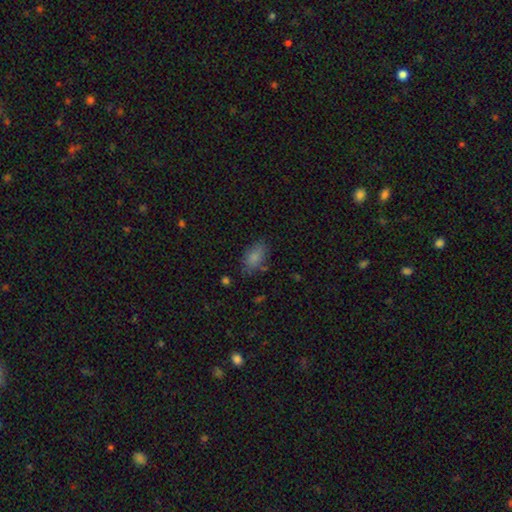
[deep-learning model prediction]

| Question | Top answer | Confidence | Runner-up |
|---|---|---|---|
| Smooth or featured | smooth | 75% | star or artifact (15%) |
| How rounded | in between | 88% | round (6%) |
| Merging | none | 78% | minor disturbance (16%) |